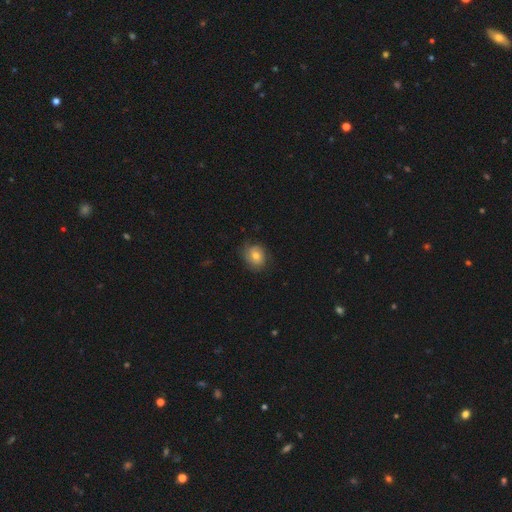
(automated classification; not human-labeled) Q: Smooth or featured?
A: smooth (52%); runner-up: featured or disk (39%)
Q: How rounded?
A: round (63%); runner-up: in between (36%)
Q: Merging?
A: none (71%); runner-up: minor disturbance (20%)